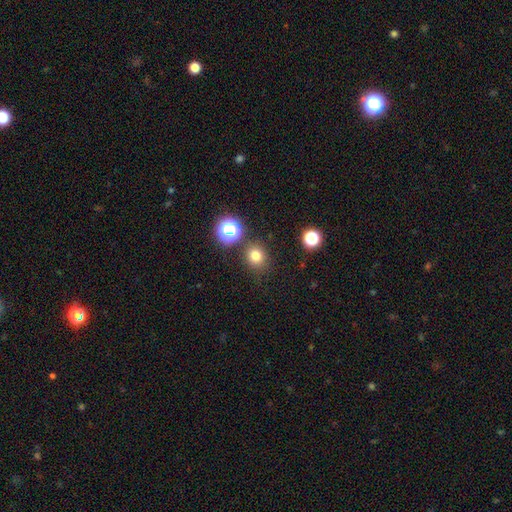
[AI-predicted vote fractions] A smooth galaxy with no disk features (77%) that is round (84%). Merging: none (83%).